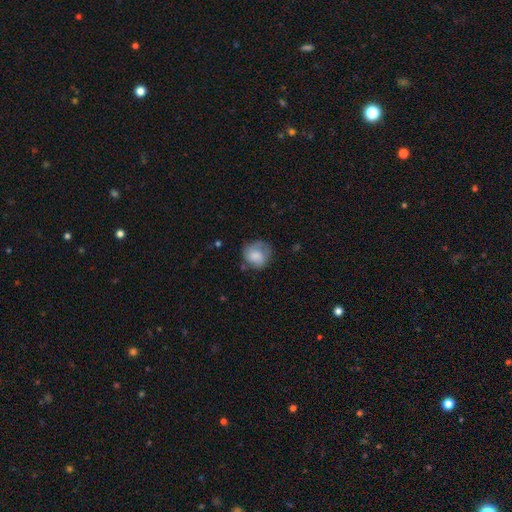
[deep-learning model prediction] Smooth or featured? Predicted: smooth (p=0.72). How rounded? Predicted: round (p=0.78). Merging? Predicted: none (p=0.55).